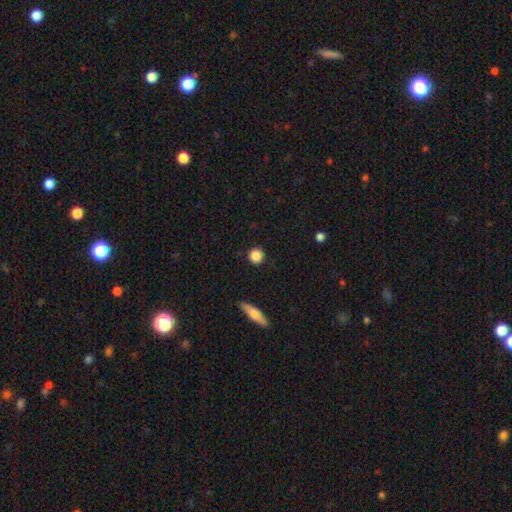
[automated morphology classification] type=smooth (87%); roundness=round (94%); merging=none (90%).